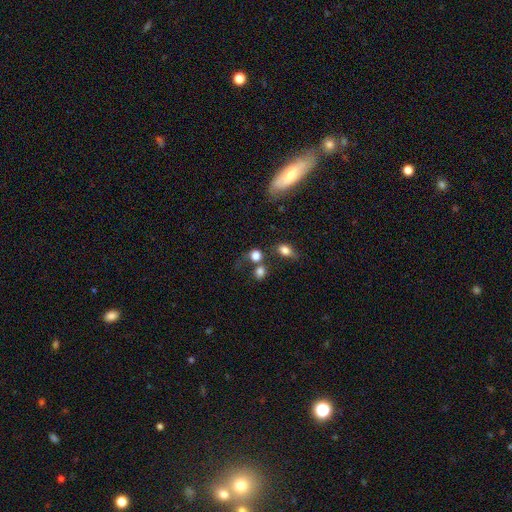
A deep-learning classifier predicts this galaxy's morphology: Smooth or featured? Predicted: smooth (p=0.78). How rounded? Predicted: round (p=0.71). Merging? Predicted: none (p=0.46).